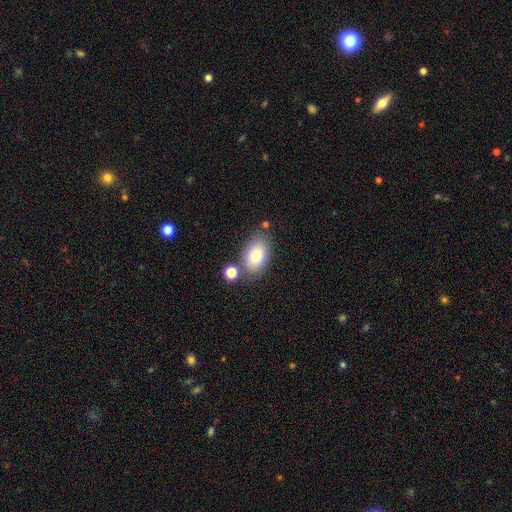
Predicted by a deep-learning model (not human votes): smooth_or_featured: smooth (p=0.79) [alt: featured or disk p=0.13]
how_rounded: in between (p=0.90) [alt: round p=0.09]
merging: none (p=0.71) [alt: minor disturbance p=0.14]